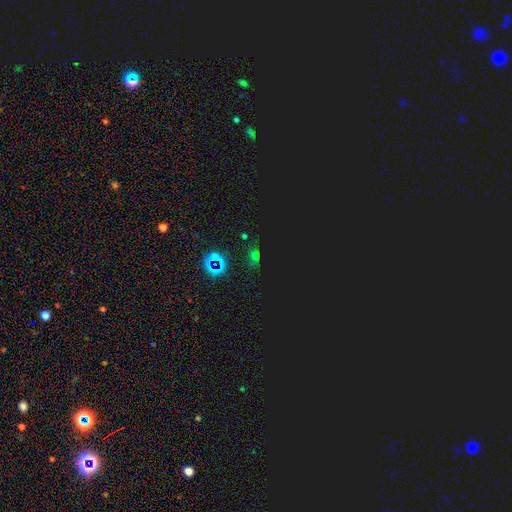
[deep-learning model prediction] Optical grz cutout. It shows a star or artifact, not a galaxy (62%).